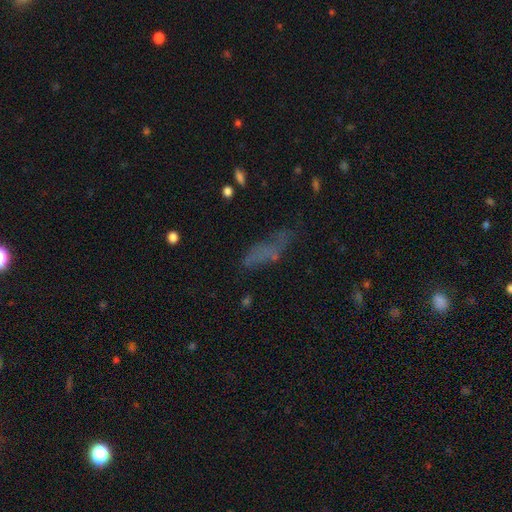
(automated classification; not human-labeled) A smooth galaxy with no disk features (37%).

Vote fractions:
- Smooth or featured? smooth: 37% / star or artifact: 34% / featured or disk: 29%
- Merging? none: 65% / minor disturbance: 17% / major disturbance: 11% / merger: 6%